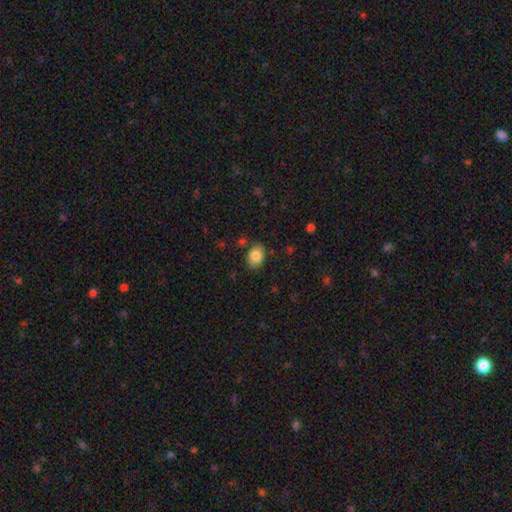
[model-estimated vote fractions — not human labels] This appears to be a smooth galaxy with no disk features (83%) that is in between round and cigar-shaped (72%). Merging: none (82%).